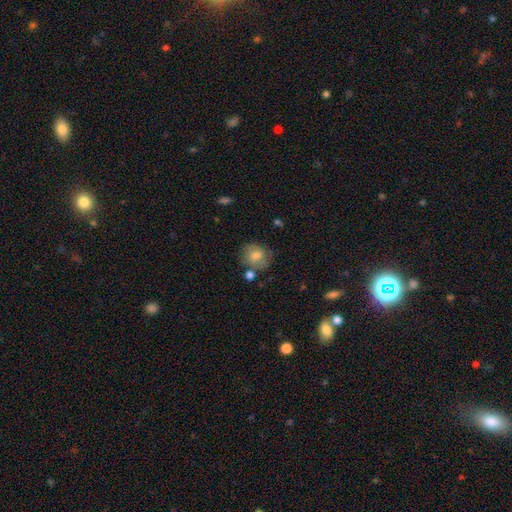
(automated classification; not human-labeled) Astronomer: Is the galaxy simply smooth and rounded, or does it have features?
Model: smooth — 64%.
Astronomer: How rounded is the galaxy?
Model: round — 70%.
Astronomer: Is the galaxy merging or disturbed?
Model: none — 60%.